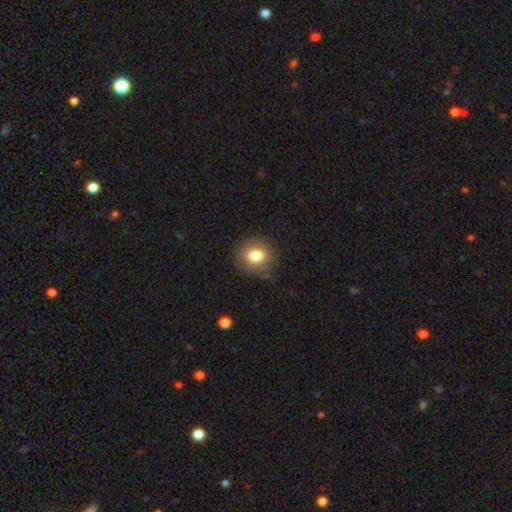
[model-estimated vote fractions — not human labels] Smooth or featured?
  - smooth: 80% *
  - star or artifact: 10%
  - featured or disk: 10%
How rounded?
  - round: 76% *
  - in between: 23%
  - cigar-shaped: 1%
Merging?
  - none: 82% *
  - minor disturbance: 13%
  - major disturbance: 4%
  - merger: 1%